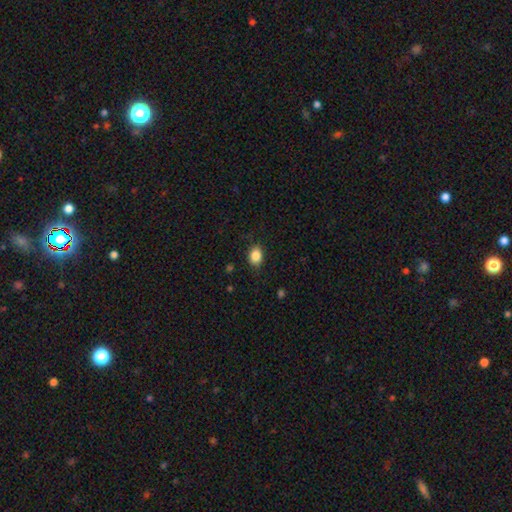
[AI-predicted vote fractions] The model was most divided on "how rounded": in between: 68%, round: 31%, cigar-shaped: 1%. More confident: smooth or featured — smooth (87%); merging — none (85%).